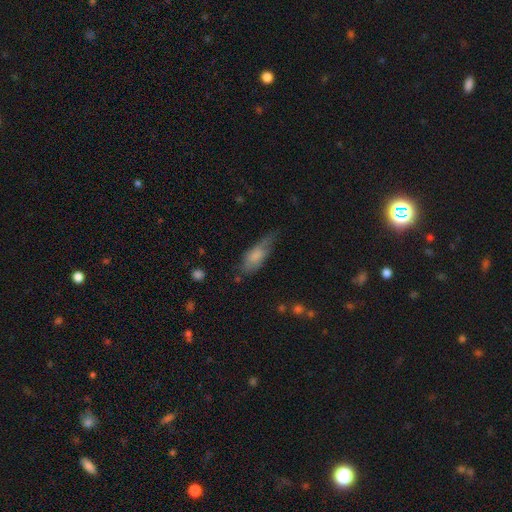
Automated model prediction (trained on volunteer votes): A smooth galaxy with no disk features (70%) that is in between round and cigar-shaped (67%).

Vote fractions:
- Smooth or featured? smooth: 70% / featured or disk: 23% / star or artifact: 7%
- How rounded? in between: 67% / cigar-shaped: 31% / round: 2%
- Merging? none: 45% / minor disturbance: 37% / major disturbance: 15% / merger: 3%